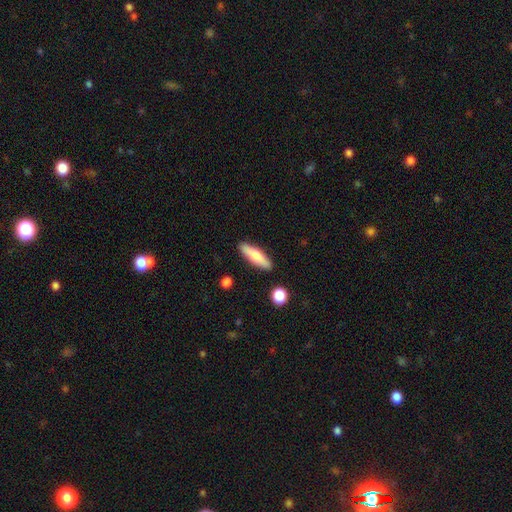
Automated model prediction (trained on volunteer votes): This is likely a smooth galaxy (67%). How rounded: likely cigar-shaped (63%). Merging: clearly none (87%).